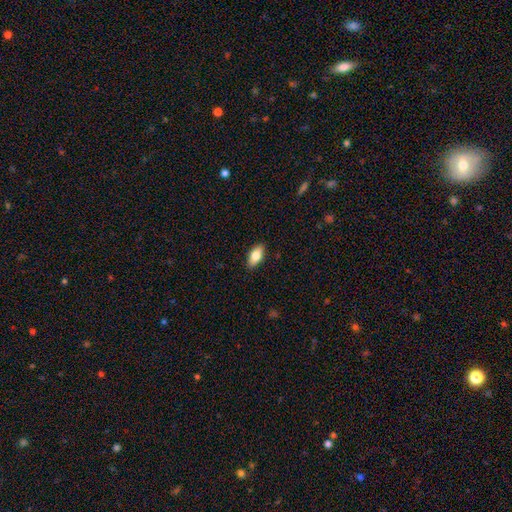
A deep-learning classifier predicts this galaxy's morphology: smooth_or_featured: smooth (p=0.79) [alt: featured or disk p=0.15]
how_rounded: in between (p=0.89) [alt: cigar-shaped p=0.08]
merging: none (p=0.89) [alt: minor disturbance p=0.08]